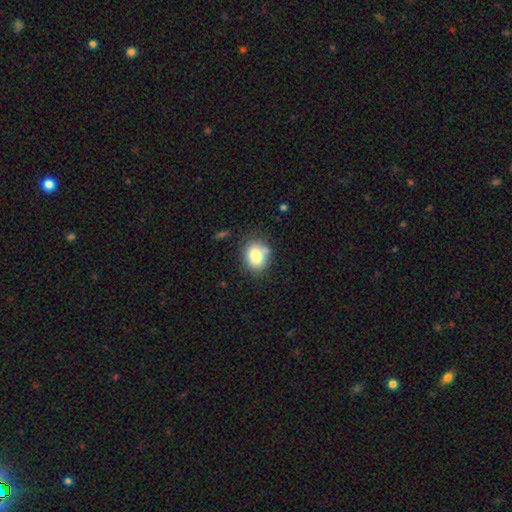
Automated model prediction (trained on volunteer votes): smooth 81%, featured or disk 10%, star or artifact 9%. Down the decision tree: how rounded — in between (52%); merging — none (72%).